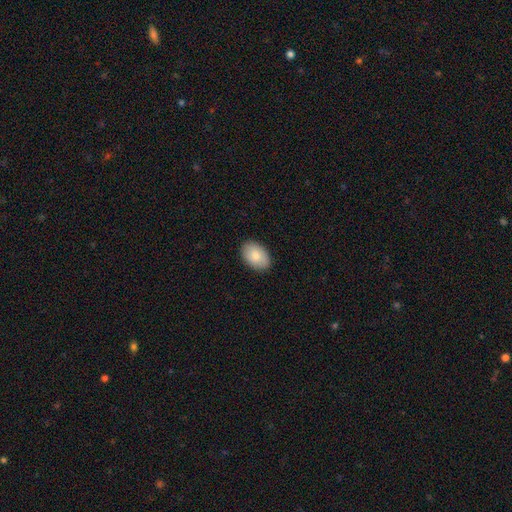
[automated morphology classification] type=smooth (84%); roundness=in between (90%); merging=none (87%).